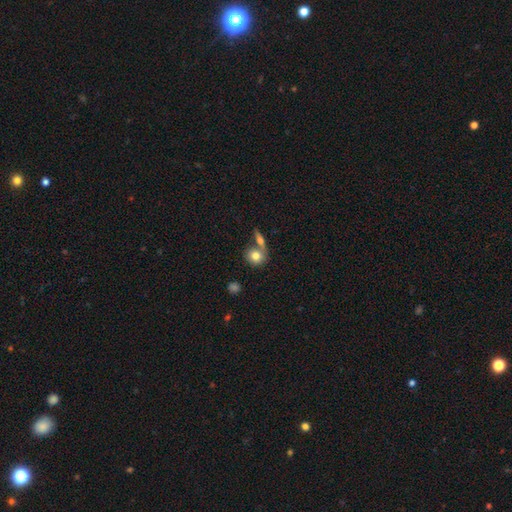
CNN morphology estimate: This is likely a smooth galaxy (76%). How rounded: likely round (75%). Merging: possibly none (51%).